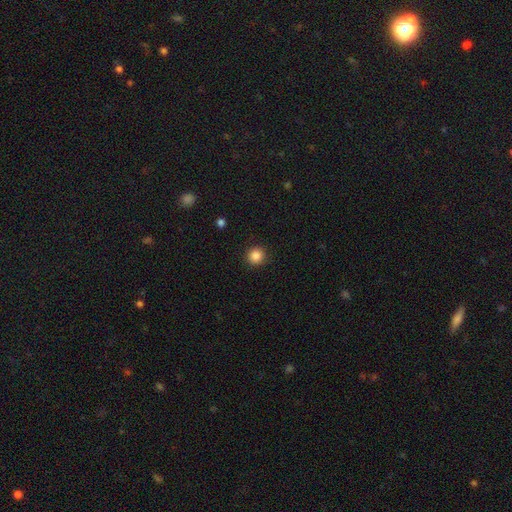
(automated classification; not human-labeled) A smooth galaxy with no disk features (86%) that is round (94%).

Vote fractions:
- Smooth or featured? smooth: 86% / star or artifact: 10% / featured or disk: 3%
- How rounded? round: 94% / in between: 5% / cigar-shaped: 1%
- Merging? none: 91% / minor disturbance: 6% / major disturbance: 2% / merger: 1%